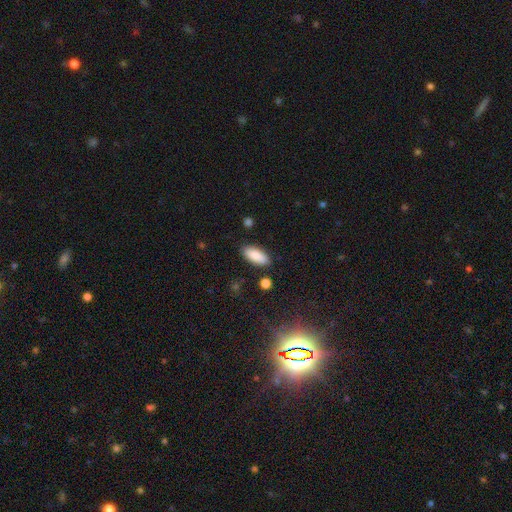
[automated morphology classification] Smooth or featured? Predicted: smooth (p=0.87). How rounded? Predicted: in between (p=0.85). Merging? Predicted: none (p=0.86).